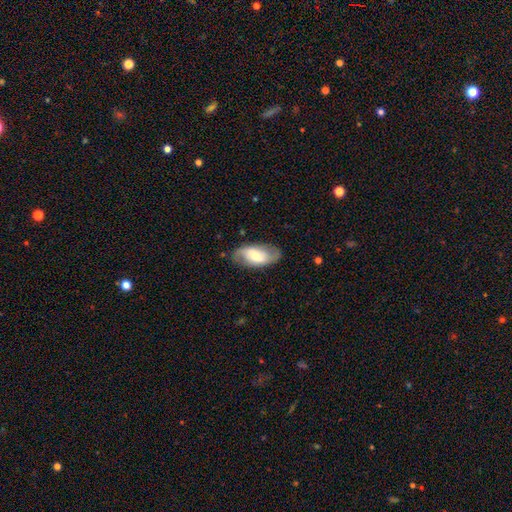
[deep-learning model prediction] Overall: featured or disk (53%; smooth 40%). Edge-on disk: no (93%). Merging: none (76%).